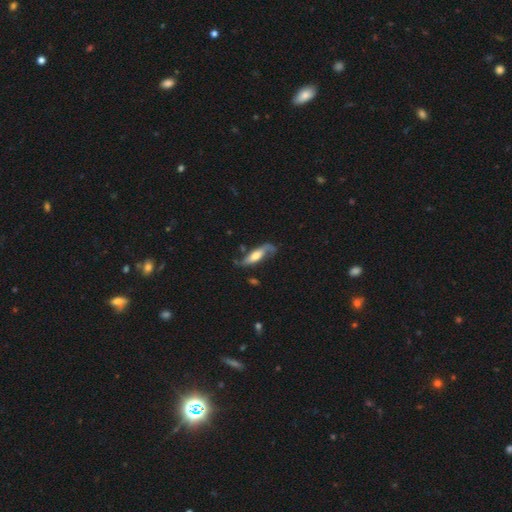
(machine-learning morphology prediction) Smooth or featured? featured or disk (63%)
Edge-on disk? no (65%)
Merging? none (58%)